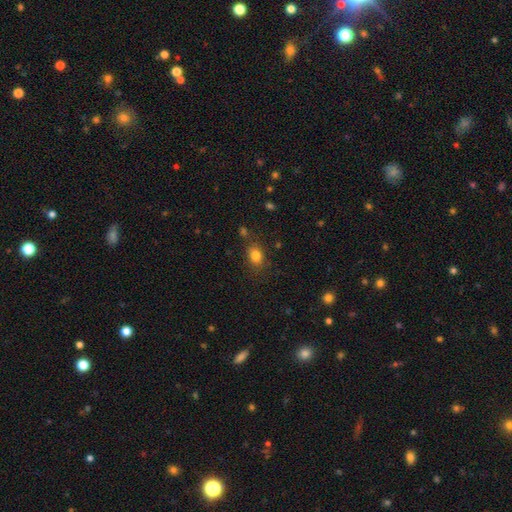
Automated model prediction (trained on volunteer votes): smooth_or_featured: smooth (p=0.81) [alt: star or artifact p=0.11]
how_rounded: in between (p=0.67) [alt: round p=0.32]
merging: none (p=0.78) [alt: minor disturbance p=0.14]